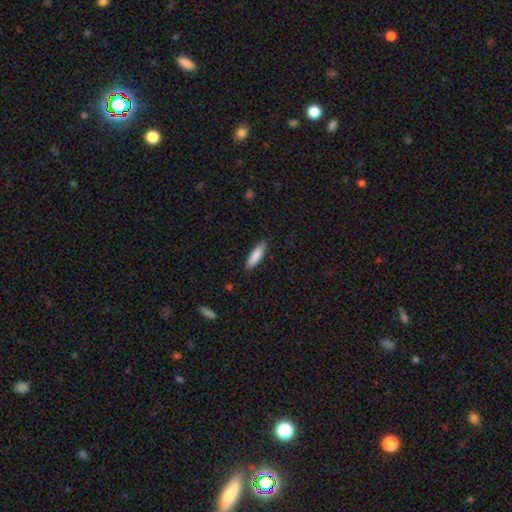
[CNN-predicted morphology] Smooth or featured?
  - smooth: 86% *
  - featured or disk: 9%
  - star or artifact: 5%
How rounded?
  - cigar-shaped: 61% *
  - in between: 37%
  - round: 1%
Merging?
  - none: 87% *
  - minor disturbance: 10%
  - major disturbance: 2%
  - merger: 1%